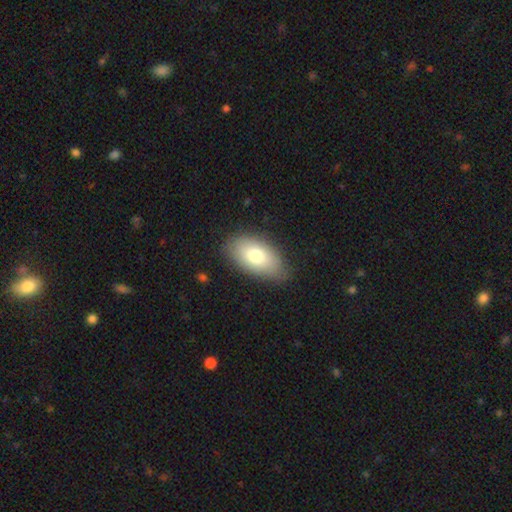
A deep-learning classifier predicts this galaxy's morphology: This appears to be a smooth galaxy with no disk features (76%) that is in between round and cigar-shaped (93%). Merging: none (79%).